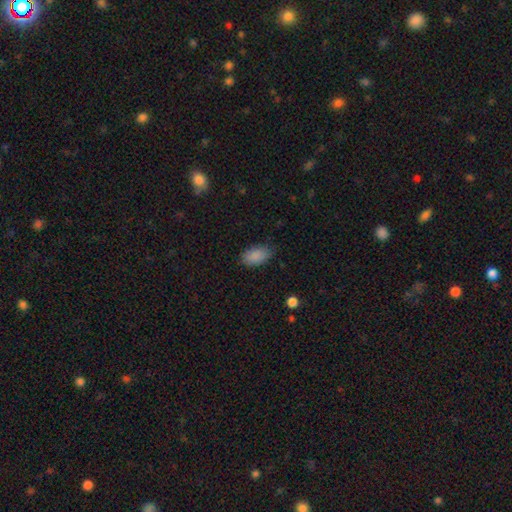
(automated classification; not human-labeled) Smooth or featured? Predicted: smooth (p=0.88). How rounded? Predicted: in between (p=0.93). Merging? Predicted: none (p=0.79).